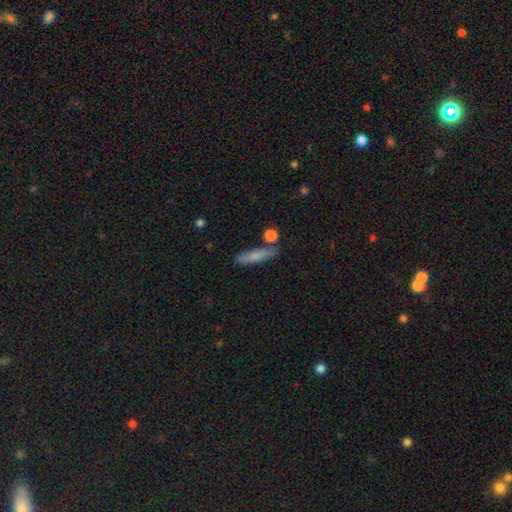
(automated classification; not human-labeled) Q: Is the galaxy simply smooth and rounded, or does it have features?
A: smooth — 74%.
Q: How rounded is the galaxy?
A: cigar-shaped — 79%.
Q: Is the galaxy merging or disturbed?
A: none — 75%.